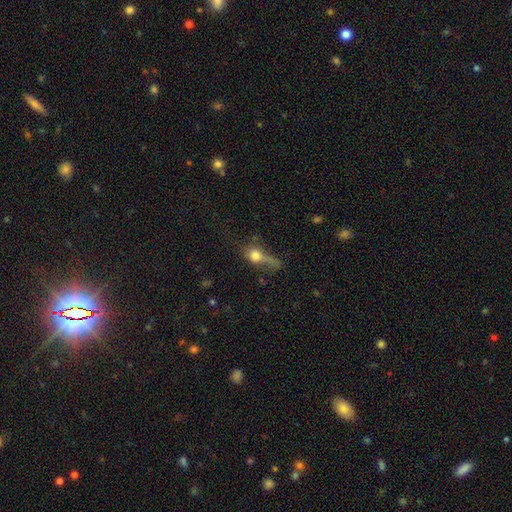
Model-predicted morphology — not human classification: Smooth or featured? Predicted: smooth (p=0.66). How rounded? Predicted: round (p=0.44). Merging? Predicted: major disturbance (p=0.41).